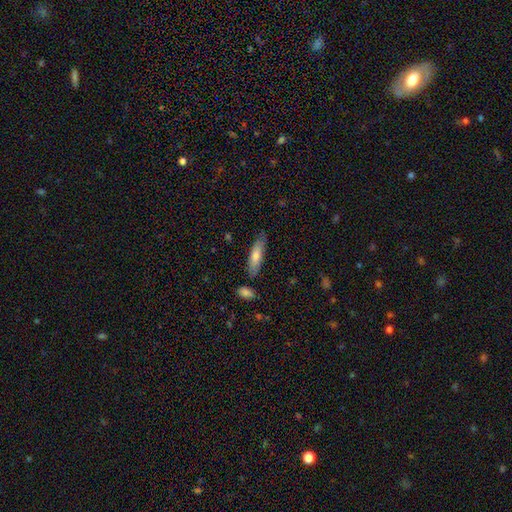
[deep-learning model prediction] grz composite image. It shows a smooth galaxy with no disk features (65%) that is cigar-shaped (70%). Merging: none (76%).